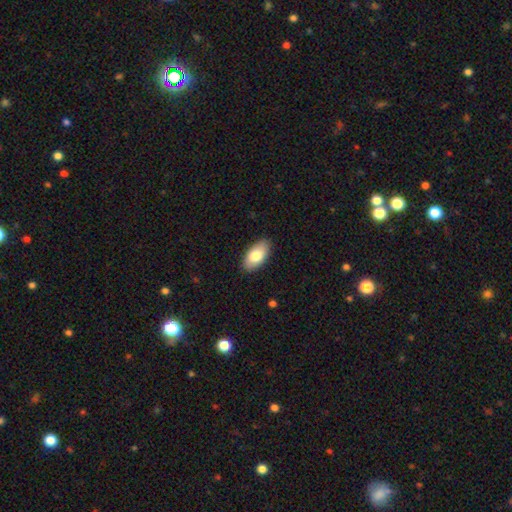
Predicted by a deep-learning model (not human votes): smooth-or-featured: smooth: 79% | featured or disk: 15% | star or artifact: 6%
  how-rounded: in between: 94% | cigar-shaped: 3% | round: 3%
  merging: none: 88% | minor disturbance: 9% | major disturbance: 2% | merger: 1%